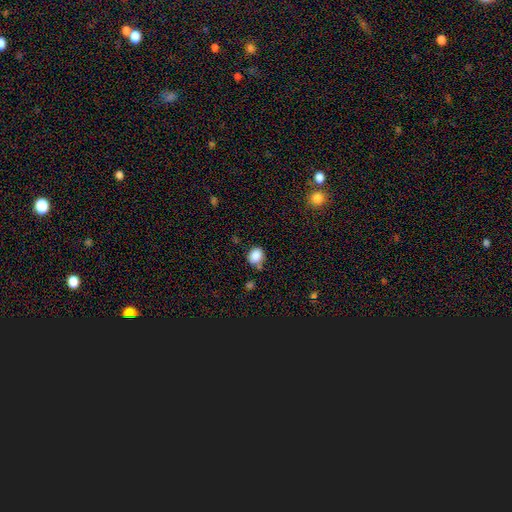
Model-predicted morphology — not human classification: Q: Smooth or featured?
A: smooth (86%); runner-up: star or artifact (10%)
Q: How rounded?
A: round (59%); runner-up: in between (40%)
Q: Merging?
A: none (66%); runner-up: minor disturbance (21%)